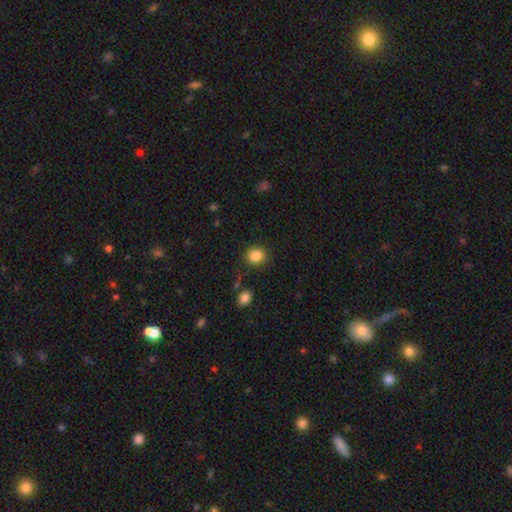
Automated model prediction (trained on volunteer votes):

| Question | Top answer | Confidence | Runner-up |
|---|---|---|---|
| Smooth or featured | smooth | 86% | star or artifact (10%) |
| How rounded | round | 74% | in between (25%) |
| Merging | none | 86% | minor disturbance (9%) |